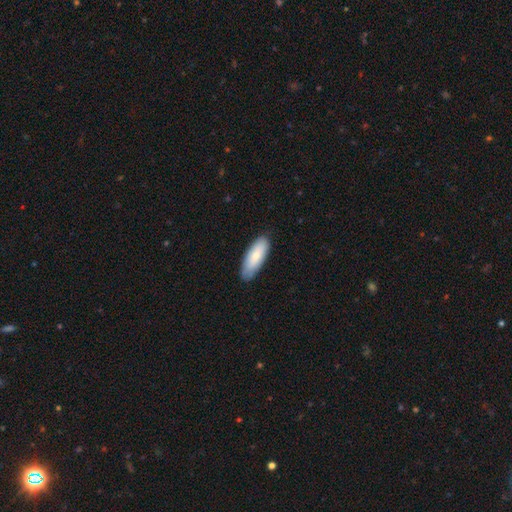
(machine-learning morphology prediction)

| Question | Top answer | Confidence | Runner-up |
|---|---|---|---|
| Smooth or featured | smooth | 75% | featured or disk (20%) |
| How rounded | in between | 68% | cigar-shaped (30%) |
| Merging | none | 83% | minor disturbance (14%) |